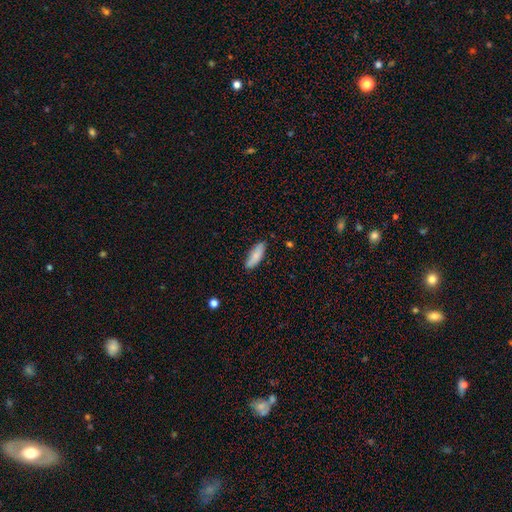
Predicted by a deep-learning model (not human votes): Smooth or featured? smooth (84%)
How rounded? in between (61%)
Merging? none (81%)